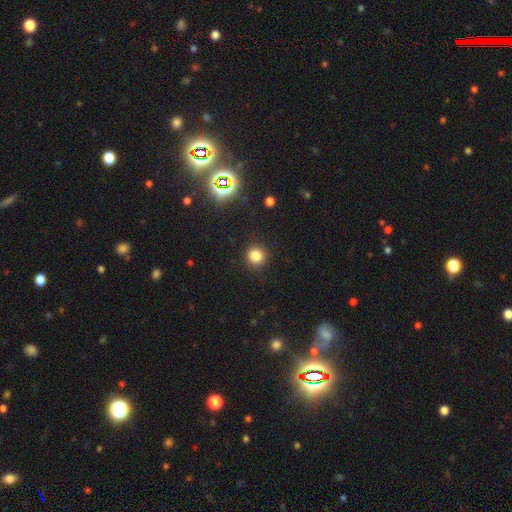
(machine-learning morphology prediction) Smooth or featured? smooth (81%)
How rounded? round (93%)
Merging? none (90%)